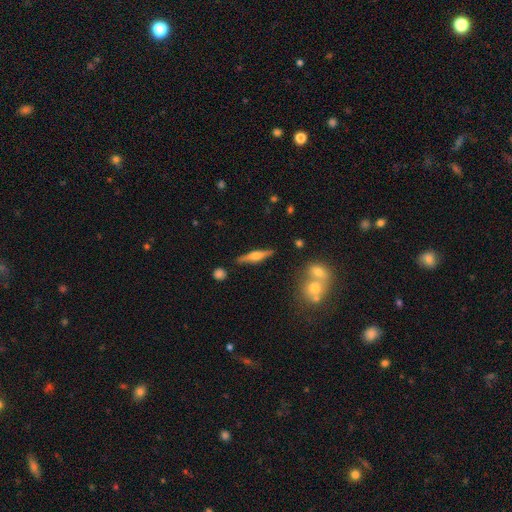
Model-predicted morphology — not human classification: featured or disk 67%, smooth 27%, star or artifact 6%. Down the decision tree: edge-on disk — yes (96%); edge-on bulge — rounded (90%); merging — none (86%).